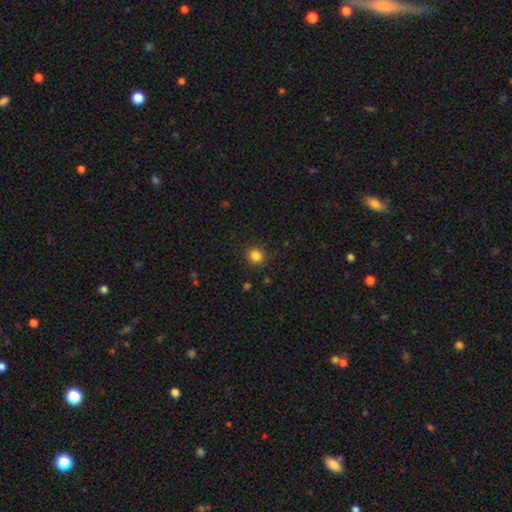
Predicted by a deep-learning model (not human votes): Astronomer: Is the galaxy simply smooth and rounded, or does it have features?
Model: smooth — 84%.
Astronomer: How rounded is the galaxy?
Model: round — 87%.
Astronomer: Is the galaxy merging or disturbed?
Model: none — 88%.